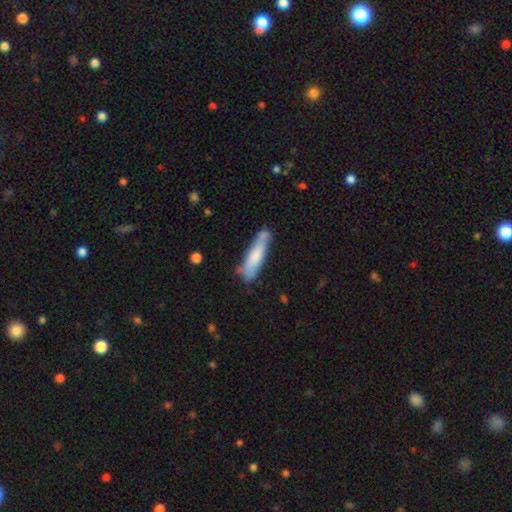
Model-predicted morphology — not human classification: Smooth or featured? Predicted: smooth (p=0.72). How rounded? Predicted: cigar-shaped (p=0.76). Merging? Predicted: none (p=0.60).